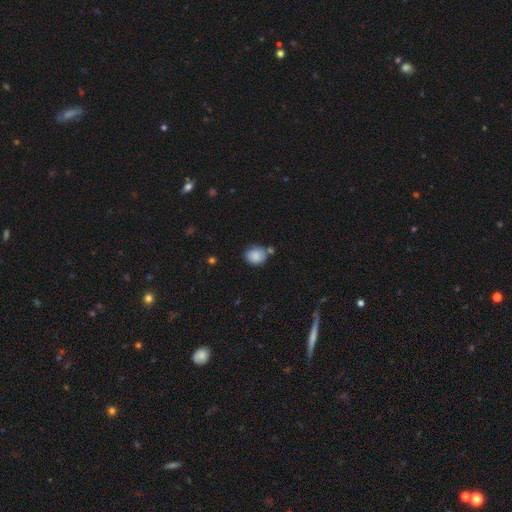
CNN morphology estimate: smooth 82%, featured or disk 10%, star or artifact 8%. Down the decision tree: how rounded — round (60%); merging — none (59%).